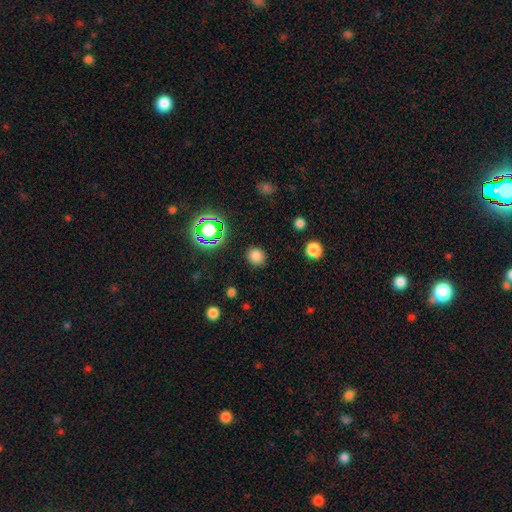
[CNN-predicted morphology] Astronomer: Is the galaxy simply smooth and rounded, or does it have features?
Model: smooth — 77%.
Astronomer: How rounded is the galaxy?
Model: round — 82%.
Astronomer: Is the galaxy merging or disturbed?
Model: none — 87%.